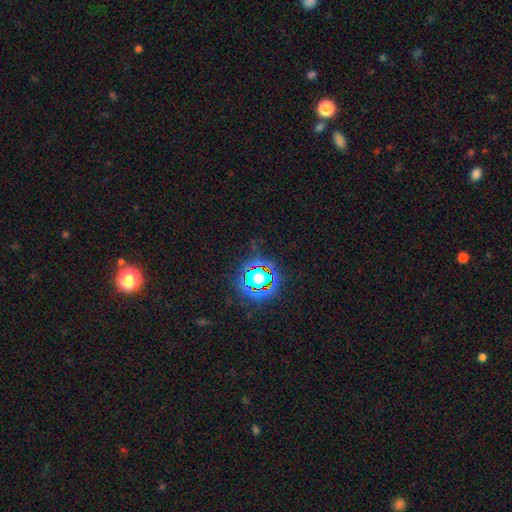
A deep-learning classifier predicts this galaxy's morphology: Overall: star or artifact (80%).